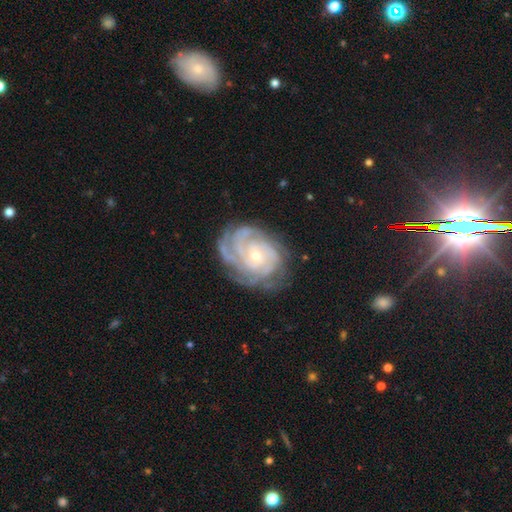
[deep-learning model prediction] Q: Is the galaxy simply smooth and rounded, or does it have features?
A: featured or disk — 88%.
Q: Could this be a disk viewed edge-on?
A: no — 97%.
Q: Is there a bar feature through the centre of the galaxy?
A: no — 70%.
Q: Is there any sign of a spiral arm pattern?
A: yes — 98%.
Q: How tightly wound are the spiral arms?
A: tight — 77%.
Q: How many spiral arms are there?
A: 4 — 28%.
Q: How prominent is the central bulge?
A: small — 64%.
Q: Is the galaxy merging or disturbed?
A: none — 74%.